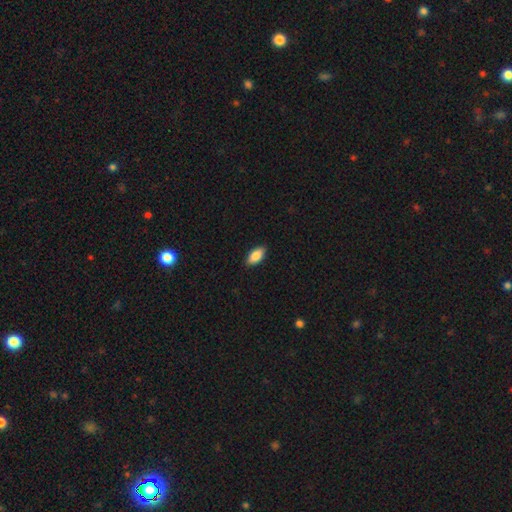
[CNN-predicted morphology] Smooth or featured: smooth — 86% (featured or disk — 8%)
How rounded: in between — 90% (cigar-shaped — 8%)
Merging: none — 89% (minor disturbance — 9%)